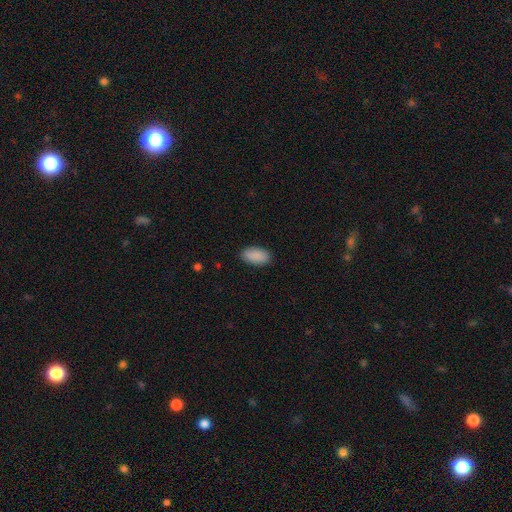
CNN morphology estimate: Smooth or featured: smooth — 91% (star or artifact — 7%)
How rounded: in between — 94% (cigar-shaped — 3%)
Merging: none — 88% (minor disturbance — 9%)